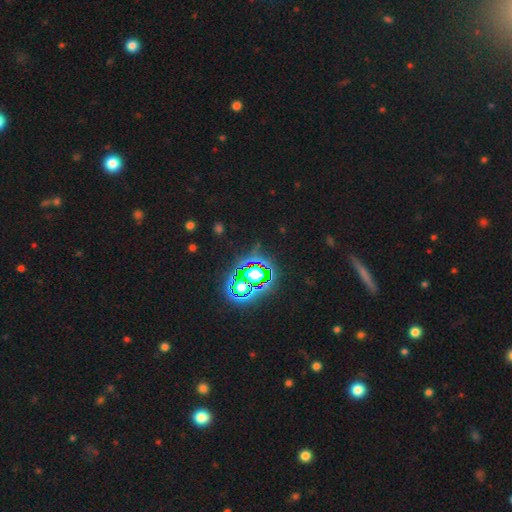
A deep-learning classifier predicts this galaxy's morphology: smooth_or_featured: star or artifact (p=0.77) [alt: smooth p=0.14]